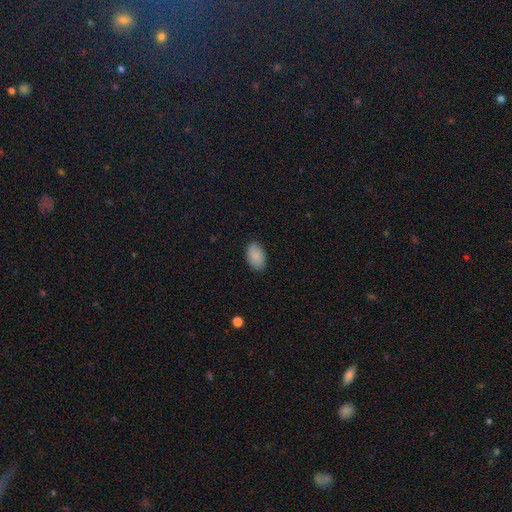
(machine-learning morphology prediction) Smooth or featured: smooth — 89% (star or artifact — 7%)
How rounded: in between — 92% (round — 6%)
Merging: none — 86% (minor disturbance — 10%)